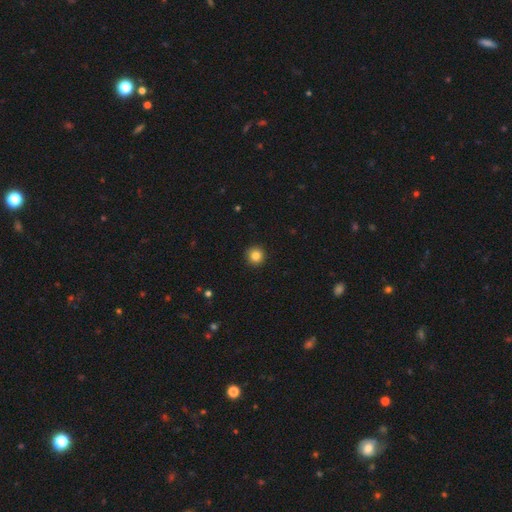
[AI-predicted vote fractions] This is clearly a smooth galaxy (84%). How rounded: clearly round (95%). Merging: clearly none (93%).